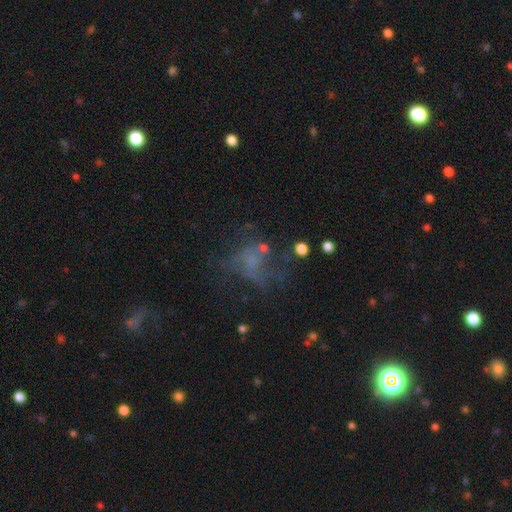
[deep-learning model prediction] Smooth or featured?
  - featured or disk: 42% *
  - smooth: 31%
  - star or artifact: 27%
Merging?
  - none: 39% *
  - major disturbance: 36%
  - minor disturbance: 17%
  - merger: 8%